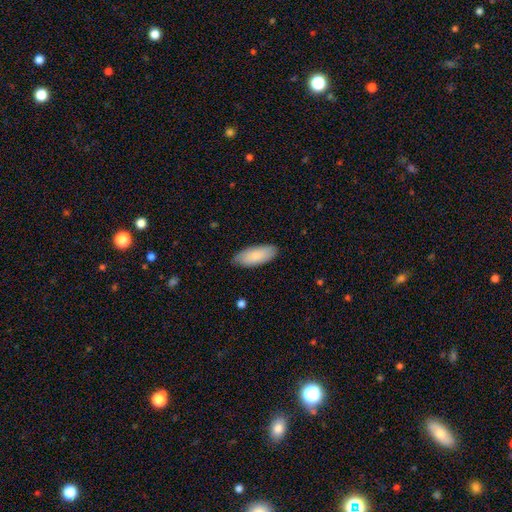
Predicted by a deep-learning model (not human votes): Smooth or featured: smooth — 84% (featured or disk — 10%)
How rounded: in between — 84% (cigar-shaped — 14%)
Merging: none — 83% (minor disturbance — 13%)